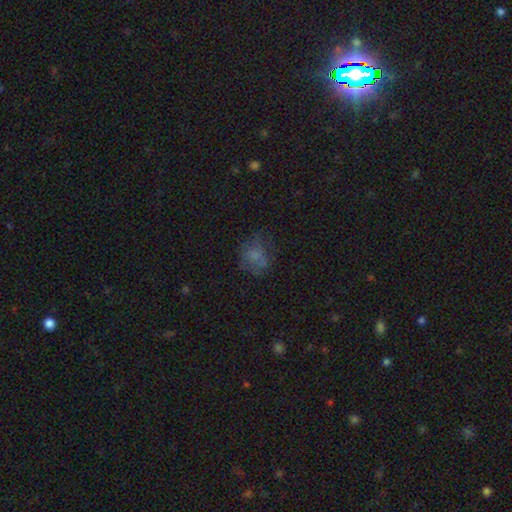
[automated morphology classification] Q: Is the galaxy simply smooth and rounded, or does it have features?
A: smooth — 58%.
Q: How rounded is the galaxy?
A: round — 60%.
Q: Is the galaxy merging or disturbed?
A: none — 53%.